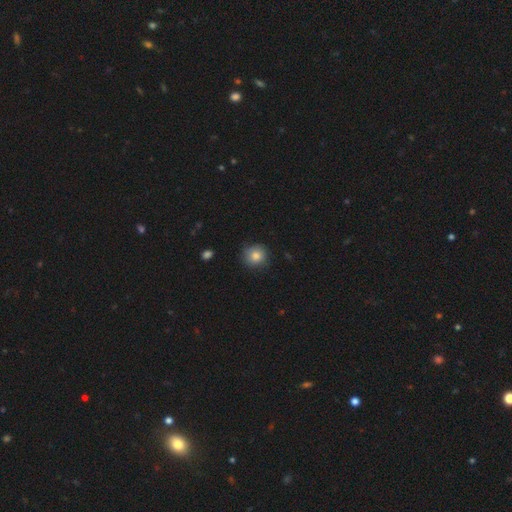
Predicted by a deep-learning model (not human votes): A smooth galaxy with no disk features (83%) that is round (90%). Merging: none (85%).